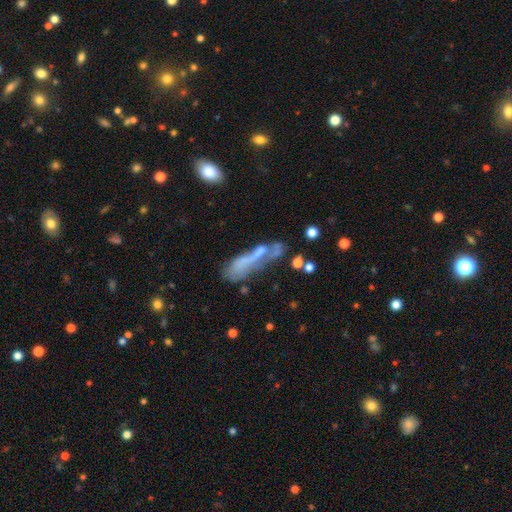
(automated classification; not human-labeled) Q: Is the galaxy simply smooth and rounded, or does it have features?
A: featured or disk — 44%, tied with smooth.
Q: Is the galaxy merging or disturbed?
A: major disturbance — 29%.